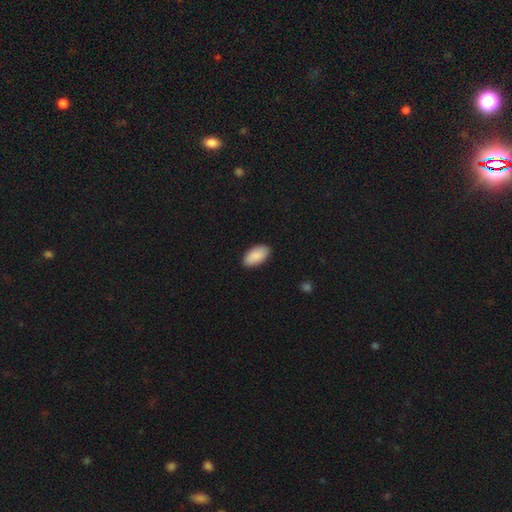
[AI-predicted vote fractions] Morphology: type=smooth (90%); roundness=in between (96%); merging=none (89%).